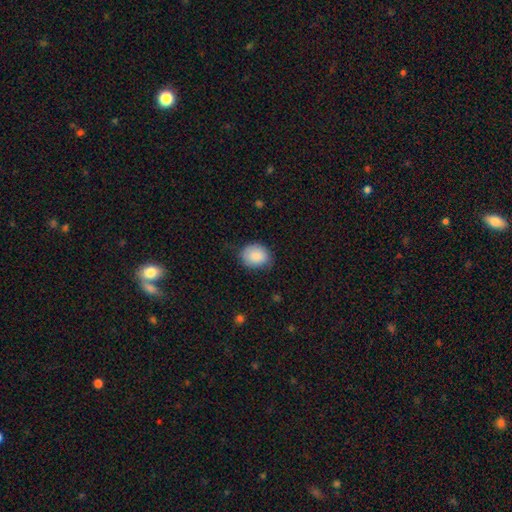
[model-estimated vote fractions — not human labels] Morphology: type=smooth (87%); roundness=round (55%); merging=none (71%).